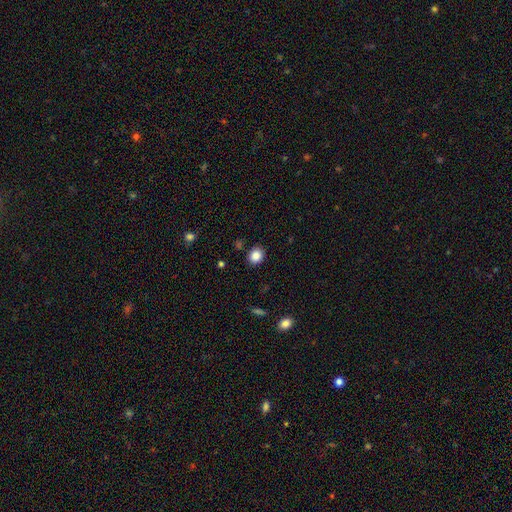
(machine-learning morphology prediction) smooth 86%, star or artifact 10%, featured or disk 4%. Down the decision tree: how rounded — round (68%); merging — none (88%).